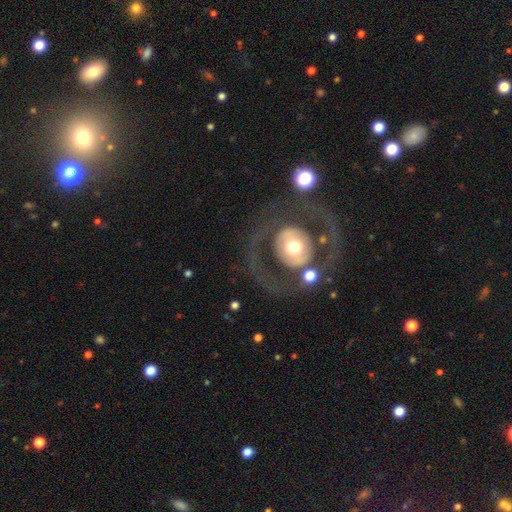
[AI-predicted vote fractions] Morphology: type=featured or disk (76%); edge-on=no (96%); bar=no (59%); spiral arms=yes (60%); bulge=moderate (60%); merging=none (72%).